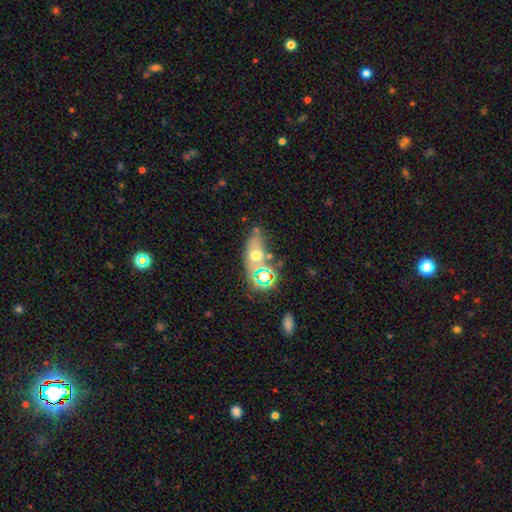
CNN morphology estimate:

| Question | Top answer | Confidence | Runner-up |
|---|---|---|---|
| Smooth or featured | smooth | 50% | star or artifact (26%) |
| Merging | none | 54% | merger (20%) |